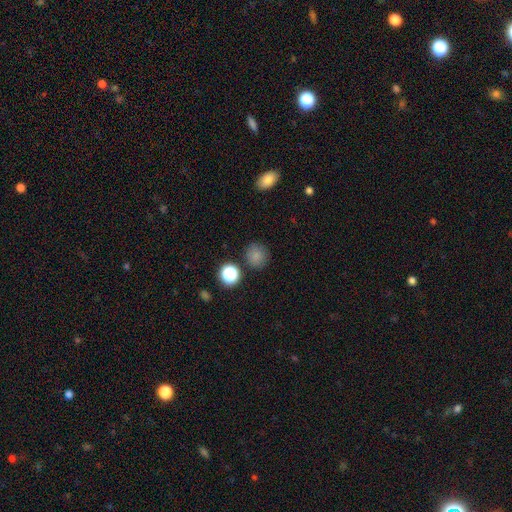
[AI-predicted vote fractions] This appears to be a smooth galaxy with no disk features (79%) that is round (88%). Merging: none (82%).